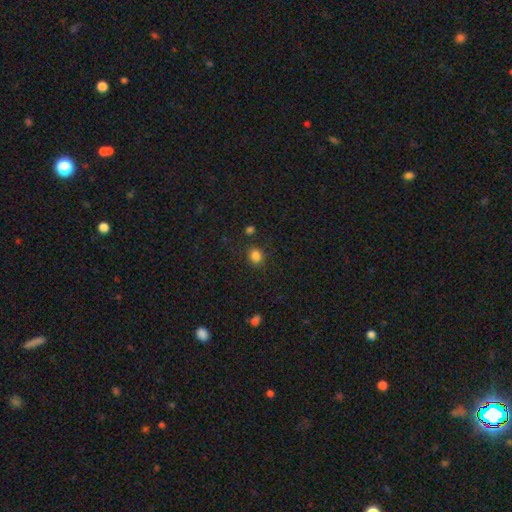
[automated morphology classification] Smooth or featured? smooth (83%)
How rounded? round (71%)
Merging? none (82%)